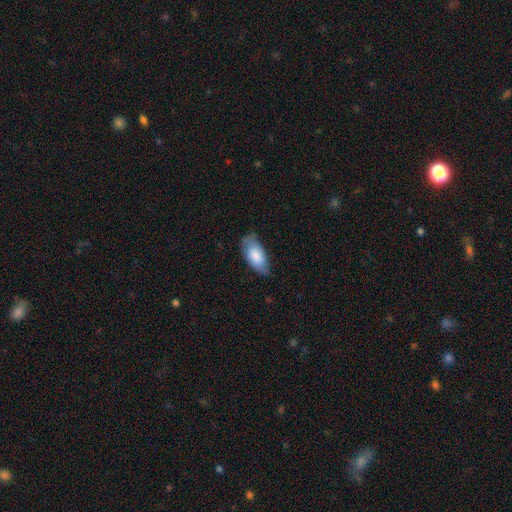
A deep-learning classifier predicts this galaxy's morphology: This appears to be a smooth galaxy with no disk features (76%) that is in between round and cigar-shaped (92%). Merging: none (66%).